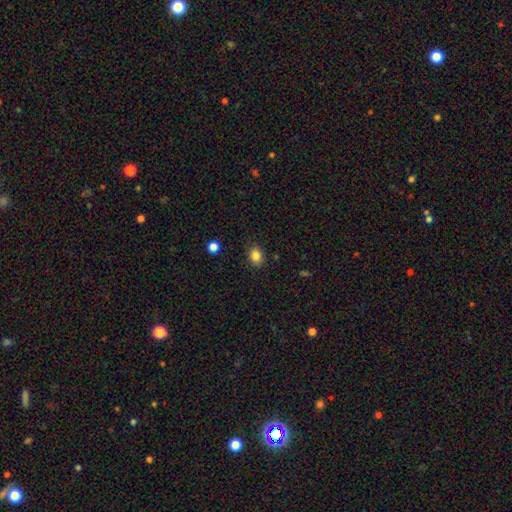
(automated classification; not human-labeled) smooth_or_featured: smooth (p=0.84) [alt: star or artifact p=0.11]
how_rounded: in between (p=0.54) [alt: round p=0.45]
merging: none (p=0.87) [alt: minor disturbance p=0.09]